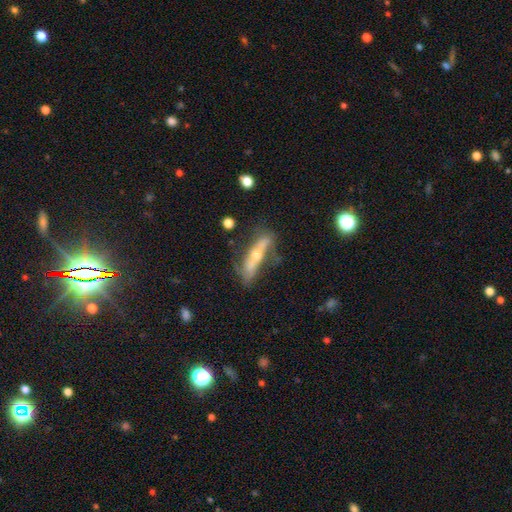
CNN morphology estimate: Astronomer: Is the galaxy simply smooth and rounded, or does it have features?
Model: featured or disk — 67%.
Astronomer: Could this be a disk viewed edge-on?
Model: yes — 61% (runner-up: no, 39%).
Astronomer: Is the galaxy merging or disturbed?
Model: none — 53%.